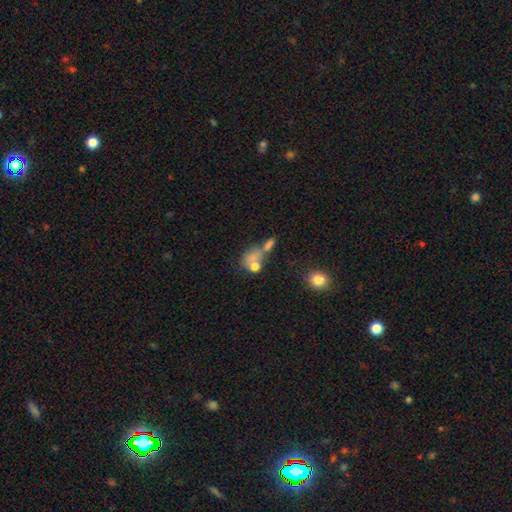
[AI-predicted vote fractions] The model was most divided on "merging": none: 45%, merger: 32%, minor disturbance: 12%, major disturbance: 11%. Remaining: smooth or featured — smooth (49%).